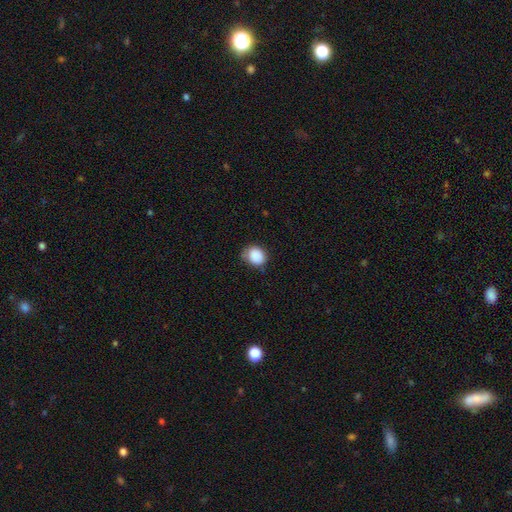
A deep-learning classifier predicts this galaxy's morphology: Smooth or featured?
  - smooth: 88% *
  - star or artifact: 8%
  - featured or disk: 4%
How rounded?
  - round: 63% *
  - in between: 36%
  - cigar-shaped: 1%
Merging?
  - none: 68% *
  - minor disturbance: 25%
  - major disturbance: 5%
  - merger: 2%